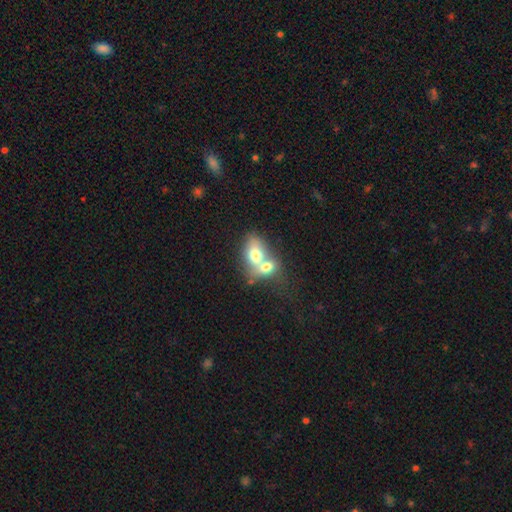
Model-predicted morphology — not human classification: Smooth or featured?
  - smooth: 68% *
  - featured or disk: 24%
  - star or artifact: 8%
How rounded?
  - in between: 69% *
  - round: 29%
  - cigar-shaped: 2%
Merging?
  - merger: 76% *
  - none: 15%
  - minor disturbance: 5%
  - major disturbance: 4%